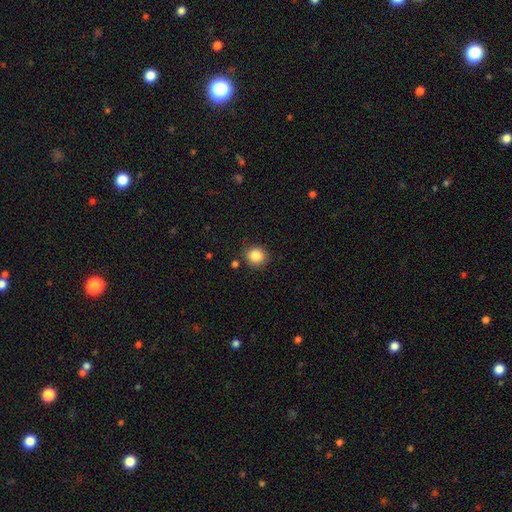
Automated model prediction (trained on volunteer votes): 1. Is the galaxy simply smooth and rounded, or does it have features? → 85% smooth, 10% star or artifact, 5% featured or disk.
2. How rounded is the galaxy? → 87% round, 12% in between, 1% cigar-shaped.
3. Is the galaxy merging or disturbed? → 84% none, 10% minor disturbance, 3% merger, 3% major disturbance.